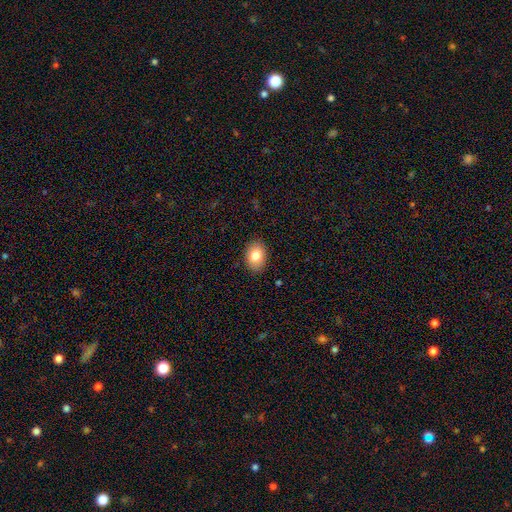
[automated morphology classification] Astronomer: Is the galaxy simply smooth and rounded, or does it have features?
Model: smooth — 83%.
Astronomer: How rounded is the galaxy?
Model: in between — 80%.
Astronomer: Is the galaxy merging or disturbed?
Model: none — 88%.